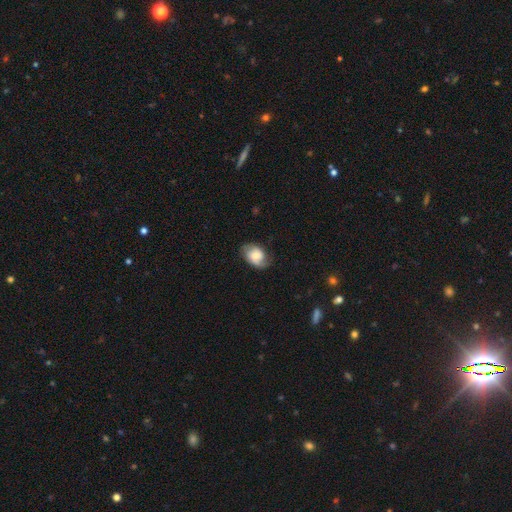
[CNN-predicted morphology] type=smooth (48%); merging=none (65%).